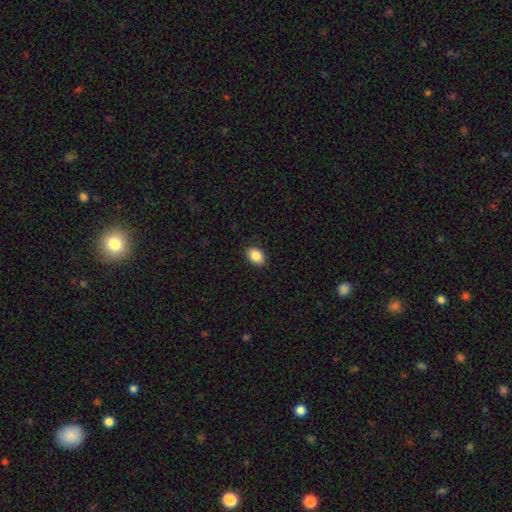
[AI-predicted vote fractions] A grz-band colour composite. It shows a smooth galaxy with no disk features (88%) that is in between round and cigar-shaped (81%). Merging: none (90%).